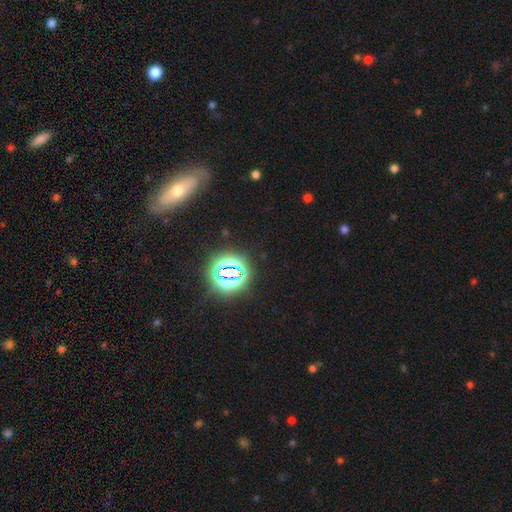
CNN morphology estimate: Smooth or featured: star or artifact — 56% (smooth — 27%)